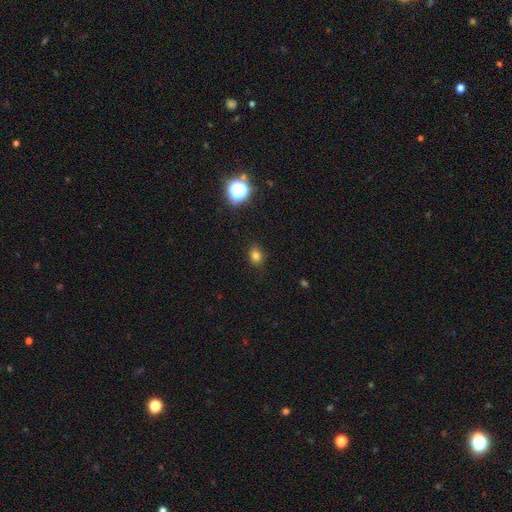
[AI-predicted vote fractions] smooth 79%, star or artifact 15%, featured or disk 6%. Down the decision tree: how rounded — round (56%); merging — none (88%).